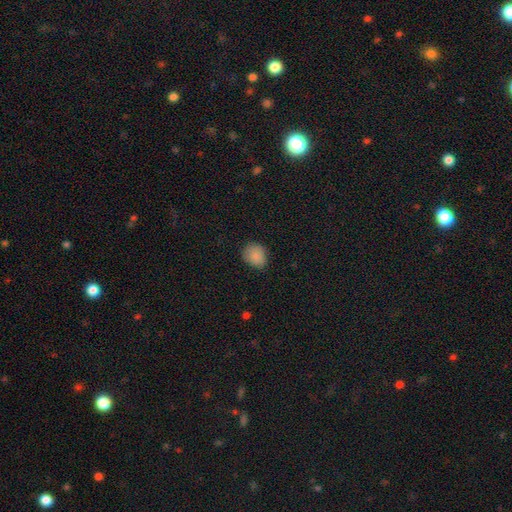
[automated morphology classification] Smooth or featured? smooth (87%)
How rounded? round (58%)
Merging? none (79%)